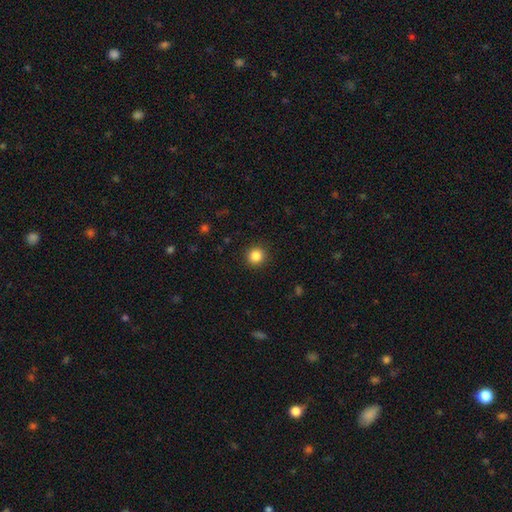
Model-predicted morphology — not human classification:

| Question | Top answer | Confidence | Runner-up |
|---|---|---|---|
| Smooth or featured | smooth | 85% | star or artifact (11%) |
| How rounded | round | 93% | in between (6%) |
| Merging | none | 92% | minor disturbance (5%) |